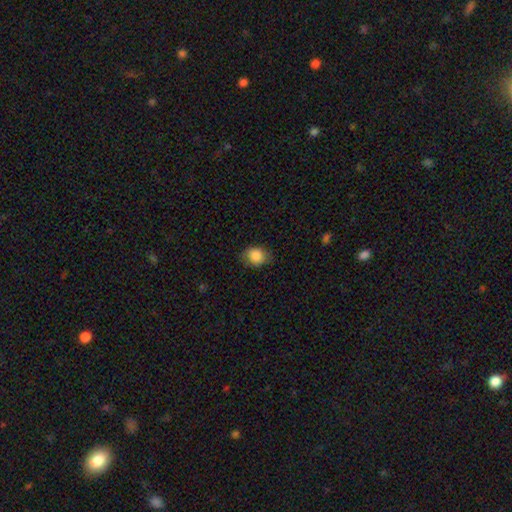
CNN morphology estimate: smooth 86%, star or artifact 8%, featured or disk 6%. Down the decision tree: how rounded — in between (56%); merging — none (74%).